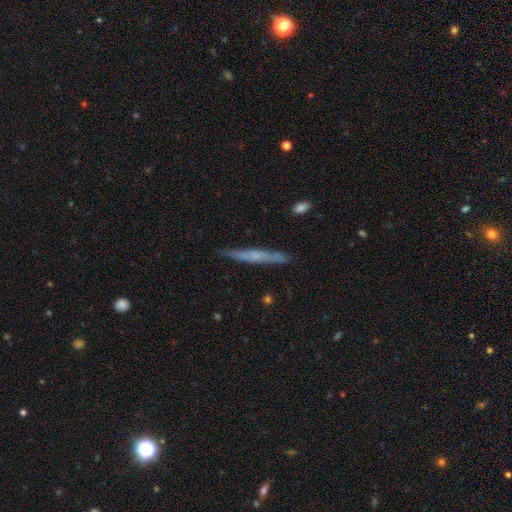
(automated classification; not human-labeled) Morphology: type=smooth (47%); merging=none (86%).